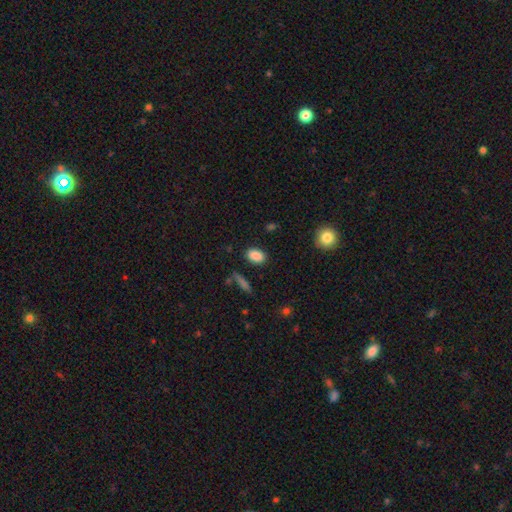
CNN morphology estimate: smooth-or-featured: smooth: 87% | star or artifact: 9% | featured or disk: 5%
  how-rounded: in between: 85% | round: 12% | cigar-shaped: 3%
  merging: none: 85% | minor disturbance: 10% | major disturbance: 3% | merger: 2%